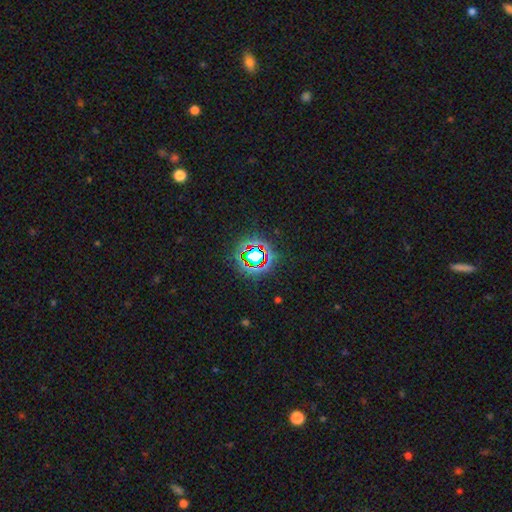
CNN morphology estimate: A star or artifact, not a galaxy (72%).